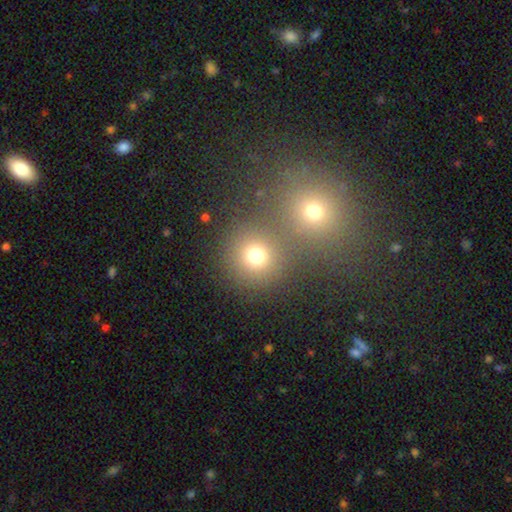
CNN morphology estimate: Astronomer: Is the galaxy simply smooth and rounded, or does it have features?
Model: smooth — 72%.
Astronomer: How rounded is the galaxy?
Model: round — 91%.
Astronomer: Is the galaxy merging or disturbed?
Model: none — 63%.